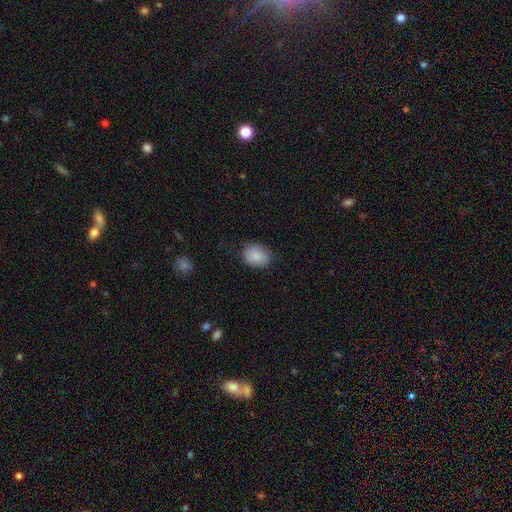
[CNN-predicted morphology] Q: Smooth or featured?
A: smooth (87%); runner-up: star or artifact (7%)
Q: How rounded?
A: in between (58%); runner-up: round (41%)
Q: Merging?
A: none (73%); runner-up: minor disturbance (21%)